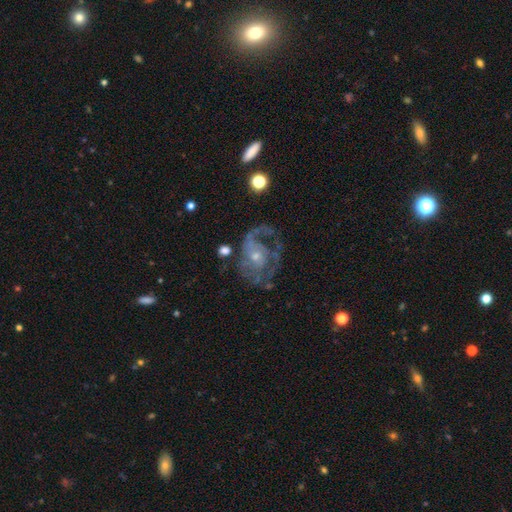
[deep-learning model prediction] This is likely a featured or disk galaxy (80%). It is clearly not viewed edge-on (97%). Bar: likely no (73%). Spiral arm pattern: likely yes (77%). Spiral arm count: marginally can't tell (32%). Spiral winding: marginally medium (40%). Central bulge: likely small (63%). Merging: possibly none (47%).